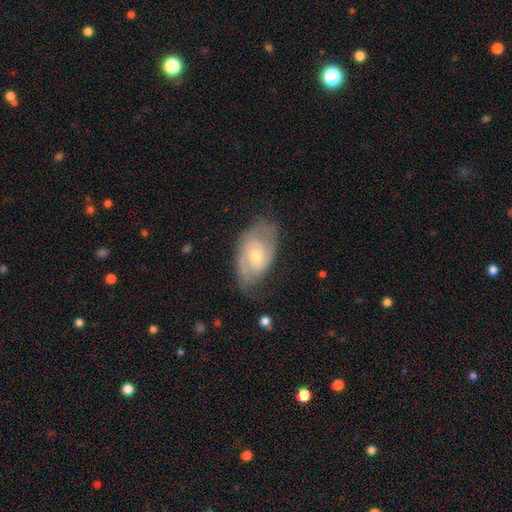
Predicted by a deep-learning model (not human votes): smooth-or-featured: featured or disk: 78% | smooth: 16% | star or artifact: 6%
  disk-edge-on: no: 95% | yes: 5%
    bar: no: 64% | weak: 31% | strong: 5%
    has-spiral-arms: yes: 92% | no: 8%
      spiral-winding: tight: 49% | medium: 40% | loose: 11%
      spiral-arm-count: 2: 67% | can't tell: 18% | 3: 7% | 1: 4% | 4: 2% | more than 4: 2%
    bulge-size: moderate: 55% | small: 41% | large: 2% | none: 1% | dominant: 1%
  merging: none: 65% | minor disturbance: 25% | major disturbance: 8% | merger: 1%